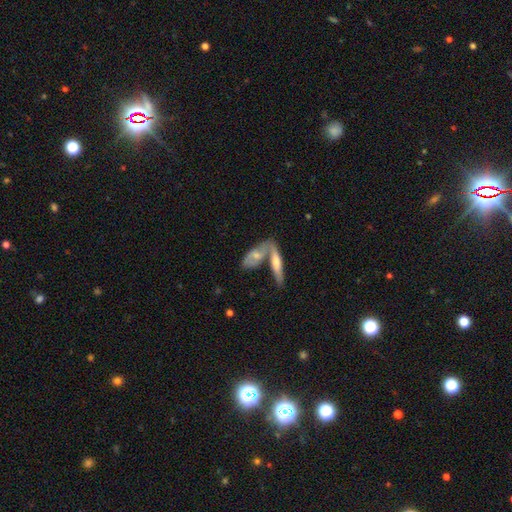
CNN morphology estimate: Smooth or featured?
  - smooth: 48% *
  - featured or disk: 46%
  - star or artifact: 6%
Merging?
  - merger: 48% *
  - none: 36%
  - minor disturbance: 12%
  - major disturbance: 5%